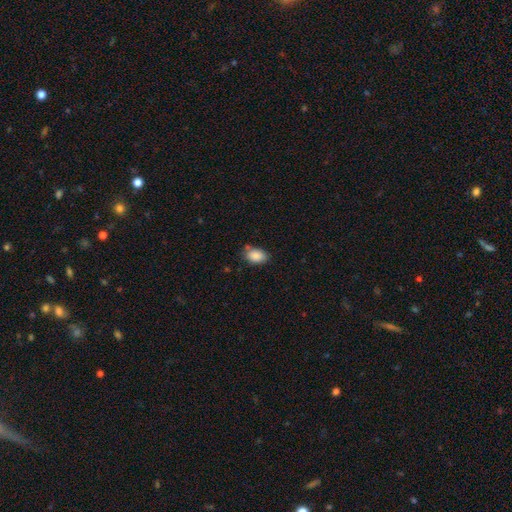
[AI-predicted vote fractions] smooth-or-featured: smooth: 87% | star or artifact: 8% | featured or disk: 5%
  how-rounded: in between: 87% | round: 12% | cigar-shaped: 1%
  merging: none: 71% | minor disturbance: 20% | merger: 5% | major disturbance: 4%